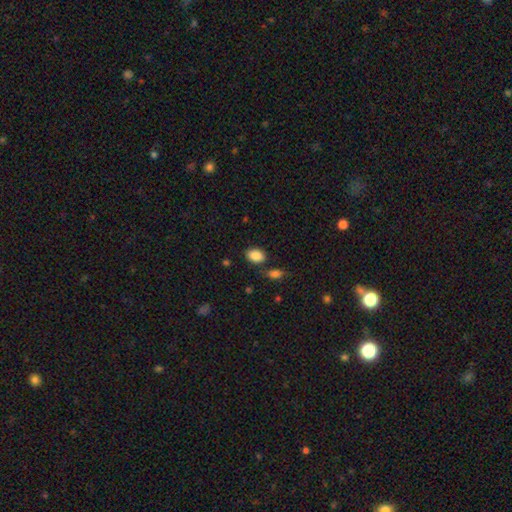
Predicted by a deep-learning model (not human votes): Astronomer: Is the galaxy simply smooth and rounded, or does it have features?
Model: smooth — 87%.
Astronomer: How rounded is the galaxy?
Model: in between — 80%.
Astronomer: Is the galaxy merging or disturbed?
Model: none — 75%.